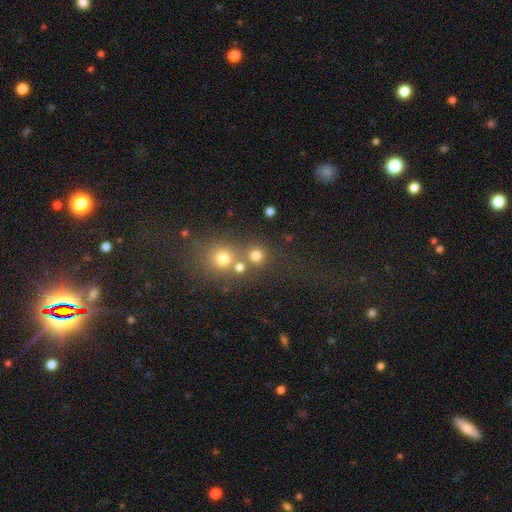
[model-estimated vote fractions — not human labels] A smooth galaxy with no disk features (70%) that is round (89%). Merging: none (59%).